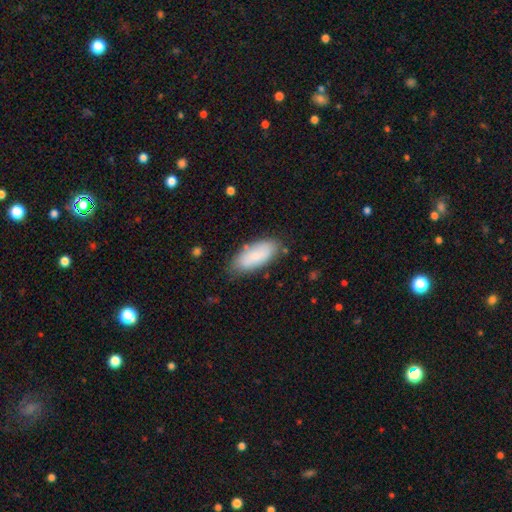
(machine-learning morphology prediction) type=smooth (75%); roundness=in between (86%); merging=none (75%).